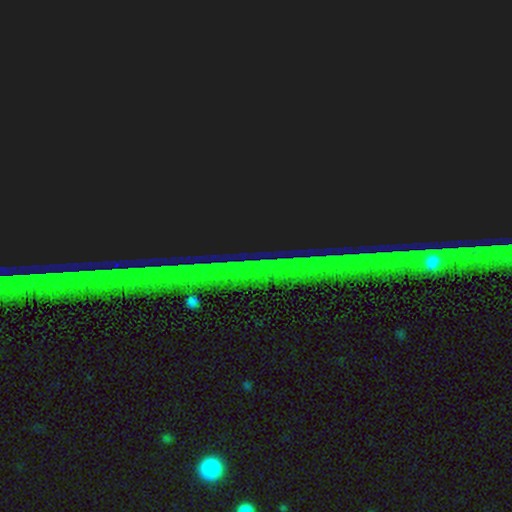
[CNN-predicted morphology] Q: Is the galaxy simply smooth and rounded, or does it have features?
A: star or artifact — 83%.